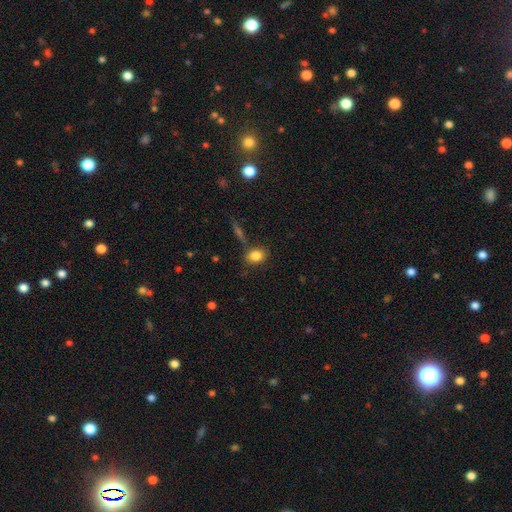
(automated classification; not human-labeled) A smooth galaxy with no disk features (84%) that is in between round and cigar-shaped (61%).

Vote fractions:
- Smooth or featured? smooth: 84% / star or artifact: 9% / featured or disk: 7%
- How rounded? in between: 61% / round: 37% / cigar-shaped: 2%
- Merging? none: 74% / minor disturbance: 14% / merger: 8% / major disturbance: 4%